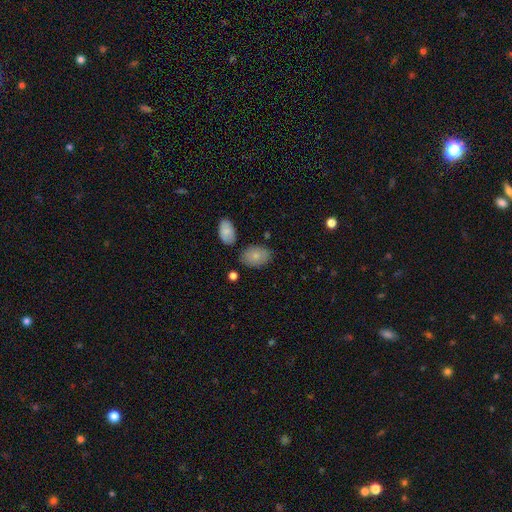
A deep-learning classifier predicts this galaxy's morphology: smooth_or_featured: smooth (p=0.80) [alt: featured or disk p=0.13]
how_rounded: in between (p=0.86) [alt: round p=0.12]
merging: none (p=0.74) [alt: minor disturbance p=0.17]